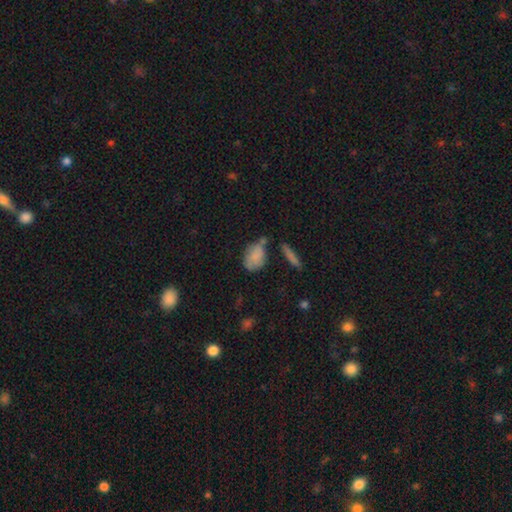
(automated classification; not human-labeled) This is likely a smooth galaxy (78%). How rounded: likely in between (79%). Merging: possibly none (47%).